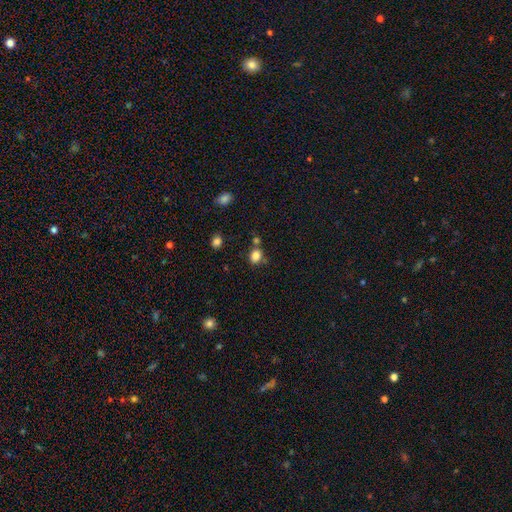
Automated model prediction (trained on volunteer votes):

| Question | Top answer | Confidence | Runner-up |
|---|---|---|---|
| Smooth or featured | smooth | 83% | star or artifact (12%) |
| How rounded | in between | 51% | round (48%) |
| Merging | none | 66% | merger (15%) |